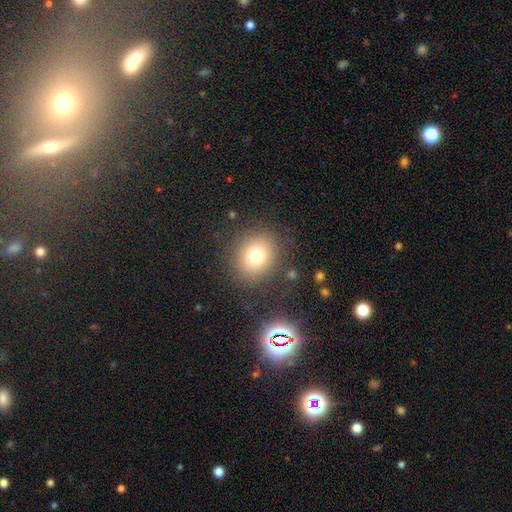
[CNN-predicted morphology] This appears to be a smooth galaxy with no disk features (75%) that is round (77%). Merging: none (84%).